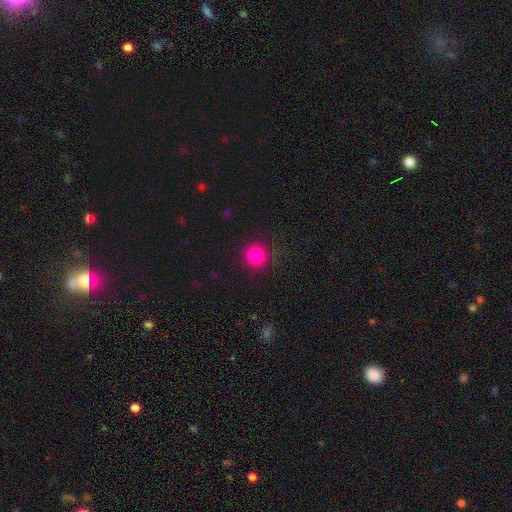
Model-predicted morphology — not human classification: Smooth or featured: smooth — 86% (star or artifact — 11%)
How rounded: round — 94% (in between — 5%)
Merging: none — 89% (minor disturbance — 7%)